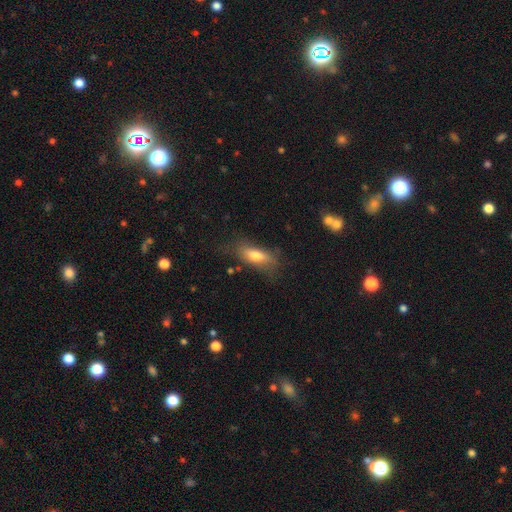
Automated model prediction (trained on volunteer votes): Overall: smooth (72%). How rounded: in between (72%). Merging: none (60%; minor disturbance 25%).